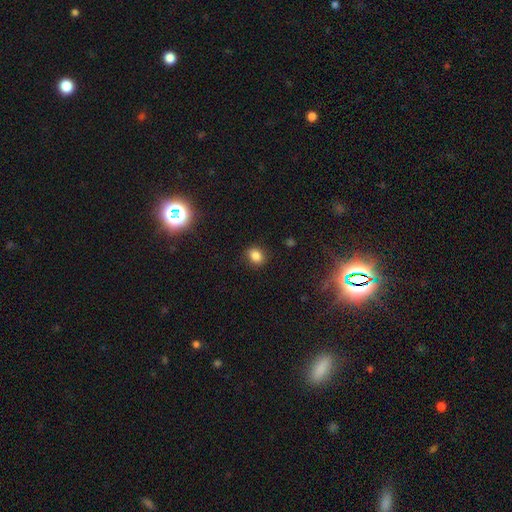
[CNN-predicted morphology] smooth-or-featured: smooth: 83% | star or artifact: 12% | featured or disk: 5%
  how-rounded: round: 51% | in between: 48% | cigar-shaped: 1%
  merging: none: 86% | minor disturbance: 10% | major disturbance: 3% | merger: 1%